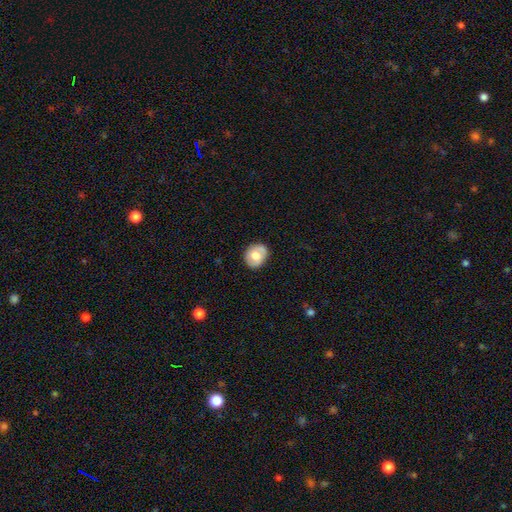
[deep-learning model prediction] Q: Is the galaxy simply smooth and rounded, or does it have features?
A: smooth — 65%.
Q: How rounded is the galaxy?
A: round — 65%.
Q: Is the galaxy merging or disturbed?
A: none — 80%.